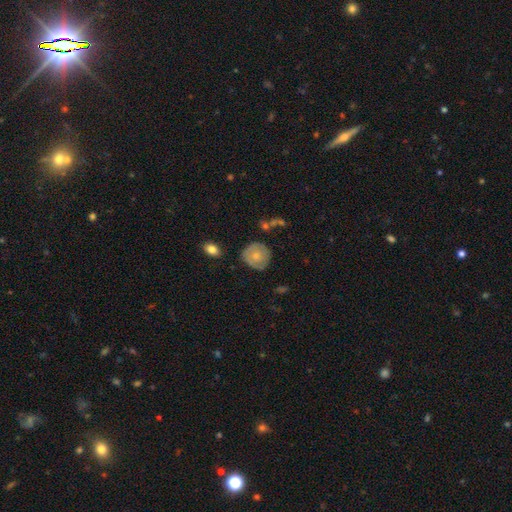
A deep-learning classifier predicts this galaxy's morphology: smooth 53%, featured or disk 40%, star or artifact 7%. Down the decision tree: how rounded — round (83%); merging — none (67%).